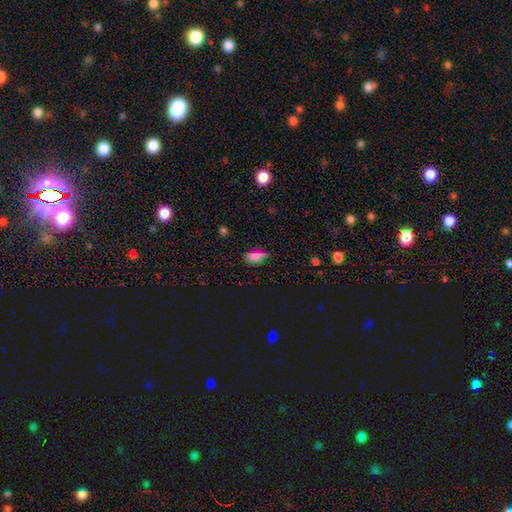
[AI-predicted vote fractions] Smooth or featured? smooth (77%)
How rounded? in between (83%)
Merging? none (67%)